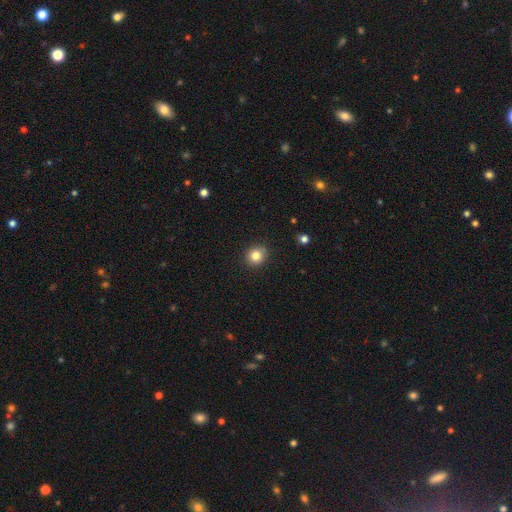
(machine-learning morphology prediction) Smooth or featured? smooth (83%)
How rounded? round (84%)
Merging? none (89%)